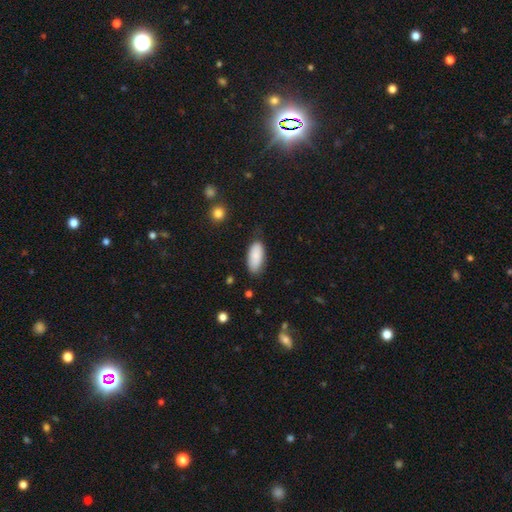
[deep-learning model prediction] A smooth galaxy with no disk features (85%) that is in between round and cigar-shaped (89%). Merging: none (73%).